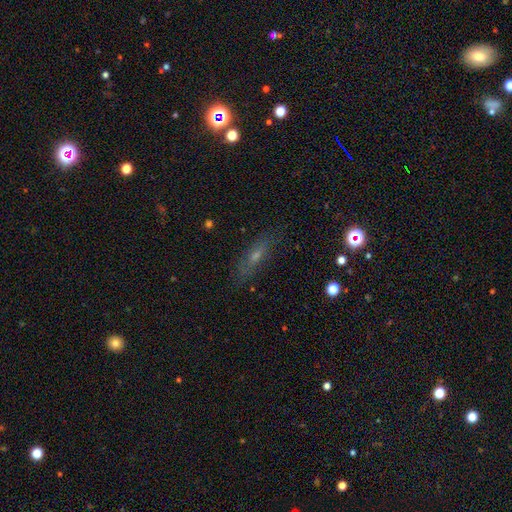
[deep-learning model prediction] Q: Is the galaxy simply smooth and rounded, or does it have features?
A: smooth — 44%.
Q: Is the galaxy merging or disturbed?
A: none — 79%.